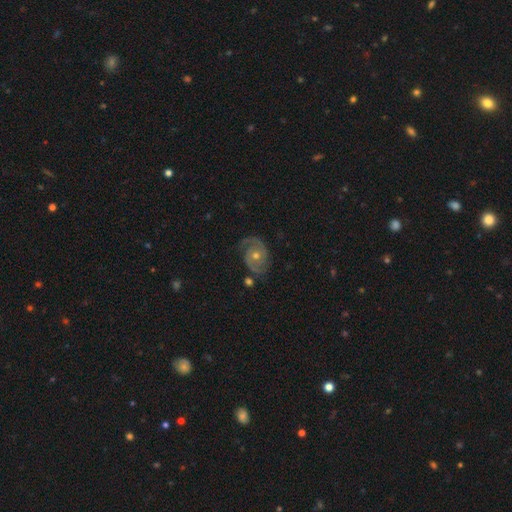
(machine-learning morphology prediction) type=featured or disk (86%); edge-on=no (97%); bar=no (73%); spiral arms=yes (97%); winding=tight (46%); arm count=2 (86%); bulge=moderate (58%); merging=none (78%).